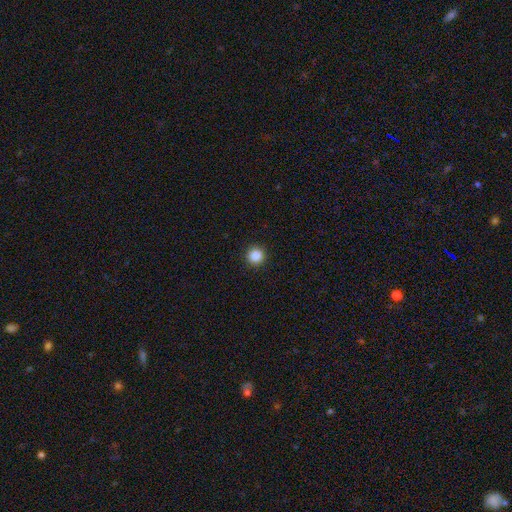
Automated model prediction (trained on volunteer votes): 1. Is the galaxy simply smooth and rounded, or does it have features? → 86% smooth, 11% star or artifact, 3% featured or disk.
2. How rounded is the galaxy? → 96% round, 3% in between, 1% cigar-shaped.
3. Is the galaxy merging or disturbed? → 93% none, 4% minor disturbance, 2% major disturbance, 1% merger.